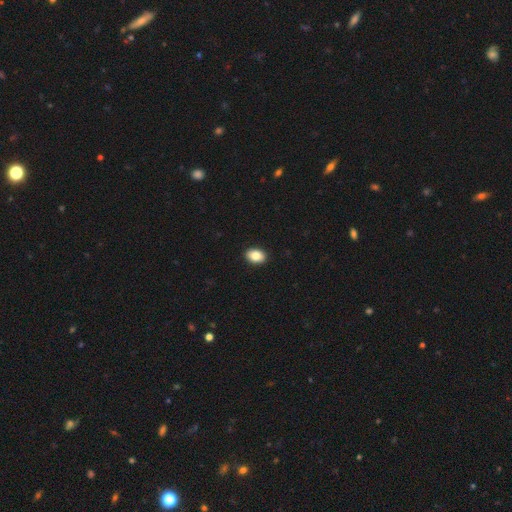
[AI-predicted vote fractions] Smooth or featured: smooth — 84% (star or artifact — 8%)
How rounded: in between — 82% (round — 17%)
Merging: none — 91% (minor disturbance — 6%)